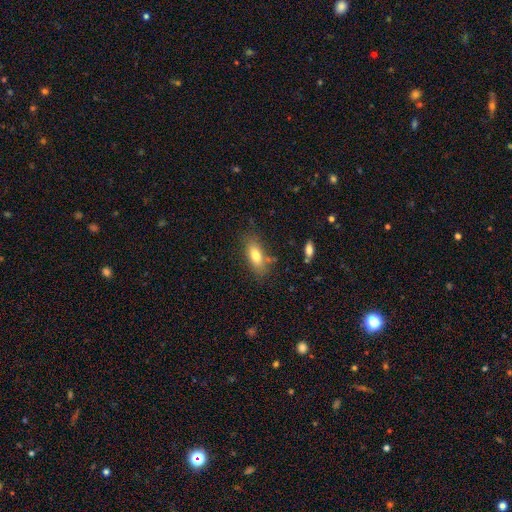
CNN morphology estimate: Overall: smooth (77%). How rounded: in between (80%). Merging: none (76%).